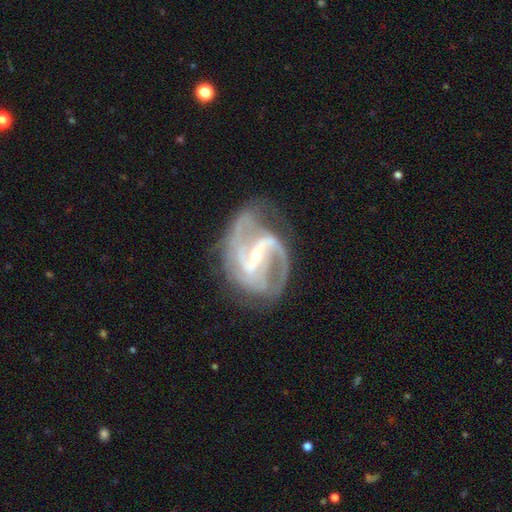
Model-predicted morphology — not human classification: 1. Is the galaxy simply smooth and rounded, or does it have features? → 92% featured or disk, 5% star or artifact, 3% smooth.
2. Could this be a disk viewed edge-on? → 98% no, 2% yes.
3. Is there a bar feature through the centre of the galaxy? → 51% strong, 38% weak, 11% no.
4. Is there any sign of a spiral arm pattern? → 98% yes, 2% no.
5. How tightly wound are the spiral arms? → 56% medium, 23% loose, 21% tight.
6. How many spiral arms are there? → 69% 2, 14% 3, 7% can't tell, 4% 1, 3% 4, 3% more than 4.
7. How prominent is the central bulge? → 69% small, 27% moderate, 2% none, 1% large, 1% dominant.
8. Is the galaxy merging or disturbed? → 61% none, 21% minor disturbance, 16% major disturbance, 2% merger.